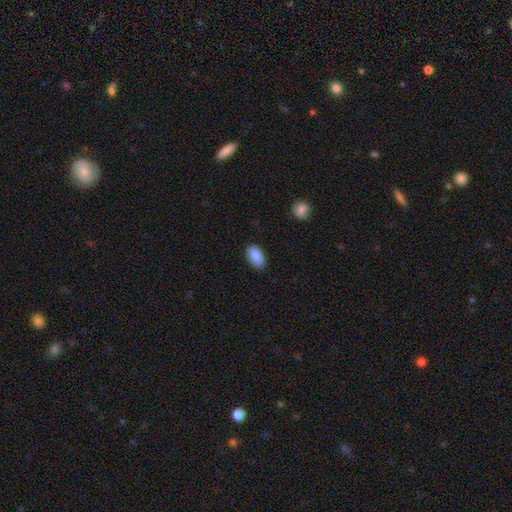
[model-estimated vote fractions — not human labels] This is clearly a smooth galaxy (89%). How rounded: clearly in between (94%). Merging: clearly none (85%).